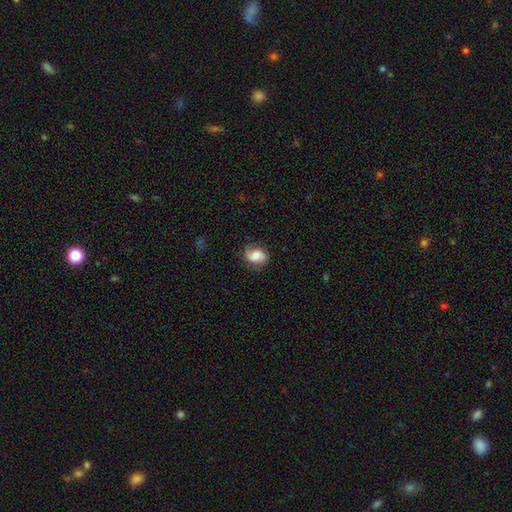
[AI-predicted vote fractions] Smooth or featured: featured or disk — 49% (smooth — 42%)
Merging: none — 72% (minor disturbance — 19%)